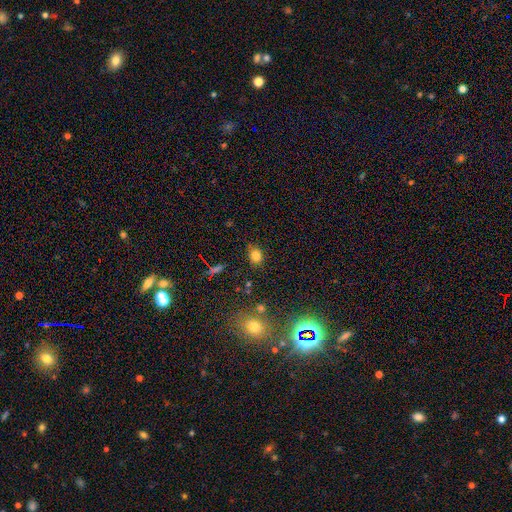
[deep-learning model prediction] A smooth galaxy with no disk features (80%) that is round (54%). Merging: none (80%).